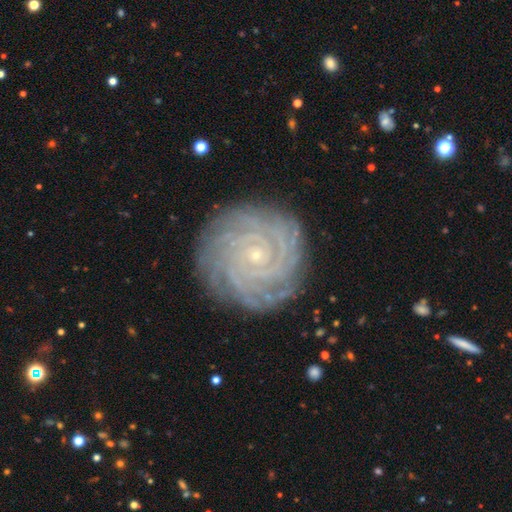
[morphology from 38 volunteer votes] type=featured or disk (92%); edge-on=no (100%); bar=no (77%); spiral arms=yes (100%); winding=tight (91%); arm count=more than 4 (43%); bulge=small (89%); merging=none (83%).